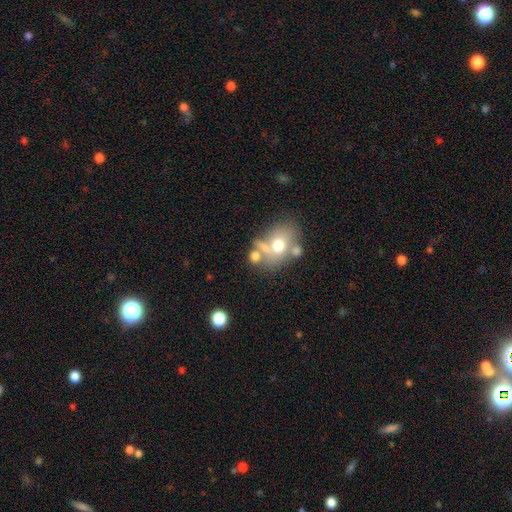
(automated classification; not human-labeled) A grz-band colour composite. It shows a smooth galaxy with no disk features (64%) that is in between round and cigar-shaped (52%). Merging: merger (39%).